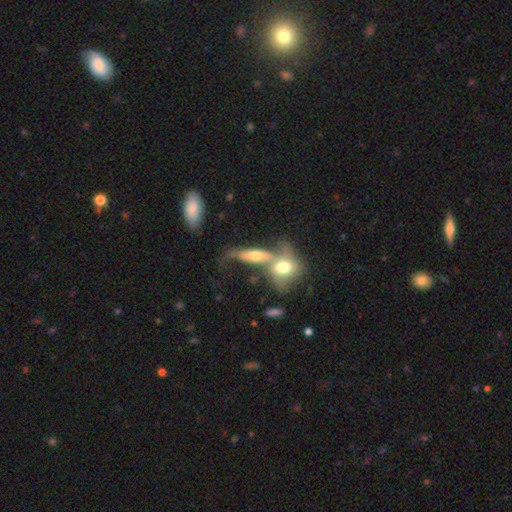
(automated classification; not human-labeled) Smooth or featured? Predicted: smooth (p=0.46). Merging? Predicted: merger (p=0.64).